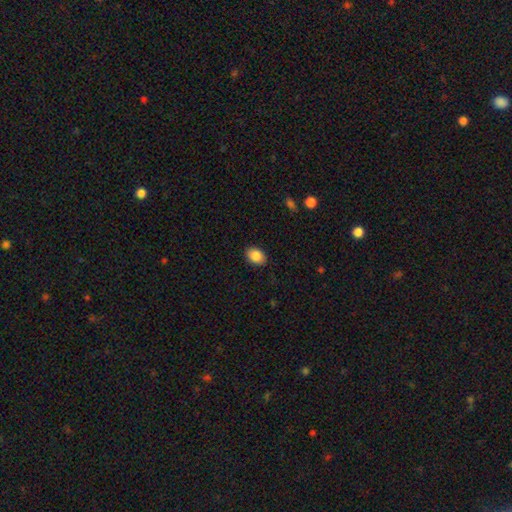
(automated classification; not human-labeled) Smooth or featured?
  - smooth: 87% *
  - star or artifact: 8%
  - featured or disk: 5%
How rounded?
  - in between: 74% *
  - round: 25%
  - cigar-shaped: 1%
Merging?
  - none: 86% *
  - minor disturbance: 11%
  - major disturbance: 2%
  - merger: 1%